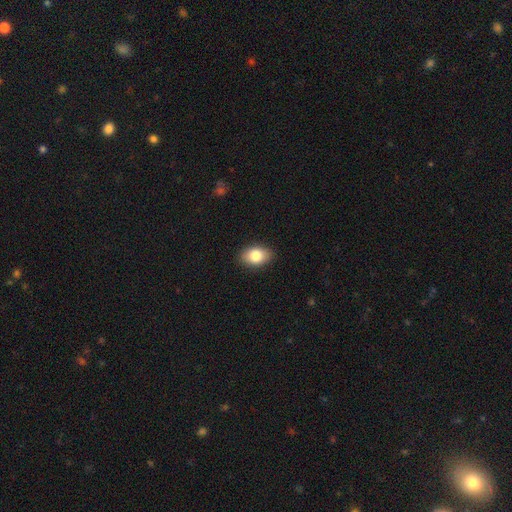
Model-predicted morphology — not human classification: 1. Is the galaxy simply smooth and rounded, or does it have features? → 82% smooth, 10% featured or disk, 8% star or artifact.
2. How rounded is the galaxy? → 85% in between, 14% round, 1% cigar-shaped.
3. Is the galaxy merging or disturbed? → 89% none, 8% minor disturbance, 2% major disturbance, 1% merger.